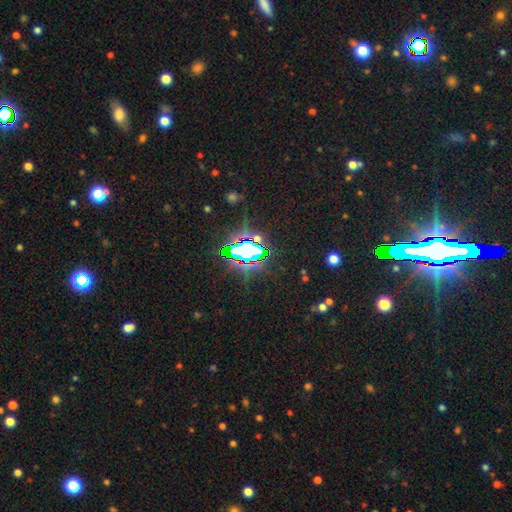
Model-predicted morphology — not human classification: This appears to be a star or artifact, not a galaxy (73%).